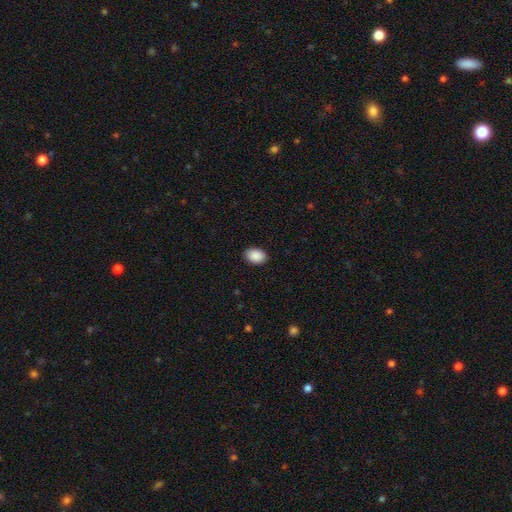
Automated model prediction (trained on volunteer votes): Smooth or featured? smooth (90%)
How rounded? in between (82%)
Merging? none (89%)